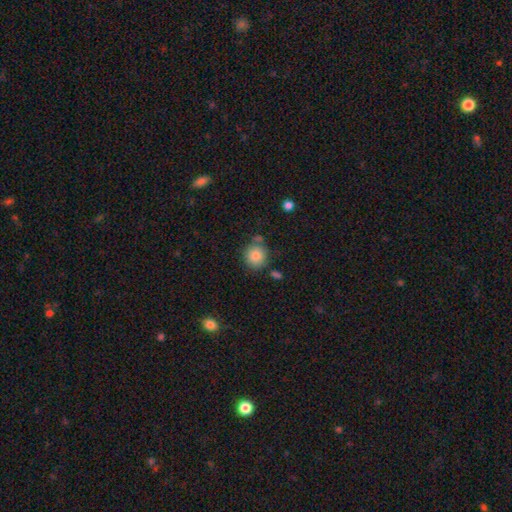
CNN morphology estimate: smooth-or-featured: smooth: 85% | star or artifact: 9% | featured or disk: 6%
  how-rounded: round: 84% | in between: 15% | cigar-shaped: 1%
  merging: none: 72% | minor disturbance: 14% | merger: 10% | major disturbance: 4%